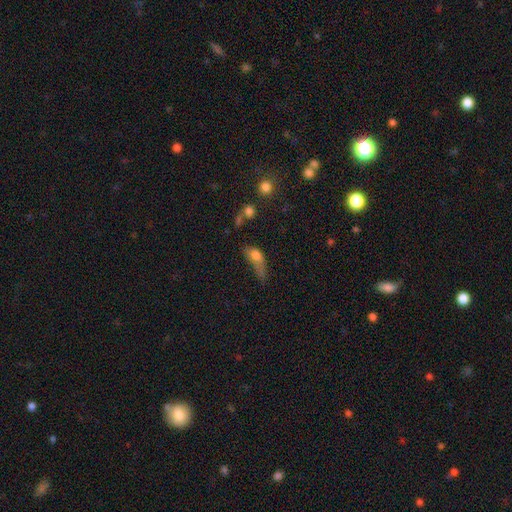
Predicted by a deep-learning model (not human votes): Smooth or featured? Predicted: smooth (p=0.69). How rounded? Predicted: in between (p=0.72). Merging? Predicted: major disturbance (p=0.45).